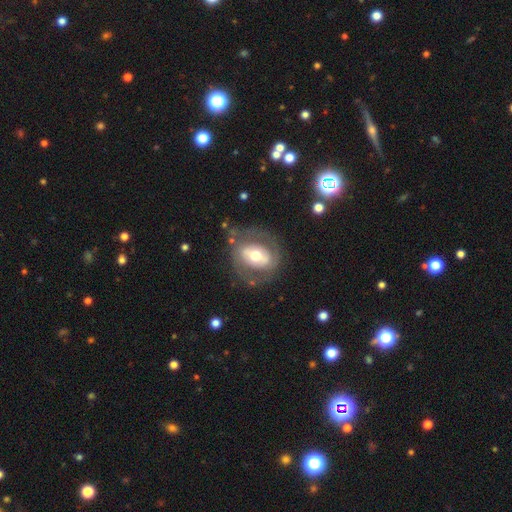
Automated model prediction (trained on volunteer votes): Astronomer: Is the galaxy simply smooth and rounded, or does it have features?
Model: featured or disk — 58% (runner-up: smooth, 36%).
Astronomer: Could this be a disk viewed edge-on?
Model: no — 95%.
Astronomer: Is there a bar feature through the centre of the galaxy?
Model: no — 41% (runner-up: weak, 31%).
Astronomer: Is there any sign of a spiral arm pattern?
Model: no — 62% (runner-up: yes, 38%).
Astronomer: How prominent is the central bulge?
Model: moderate — 67%.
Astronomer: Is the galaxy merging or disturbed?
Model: none — 70%.